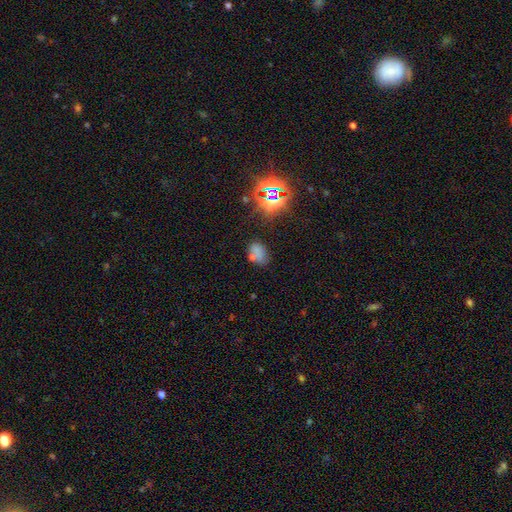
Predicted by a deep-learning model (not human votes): Smooth or featured: smooth — 62% (star or artifact — 25%)
How rounded: in between — 82% (round — 17%)
Merging: none — 58% (minor disturbance — 18%)